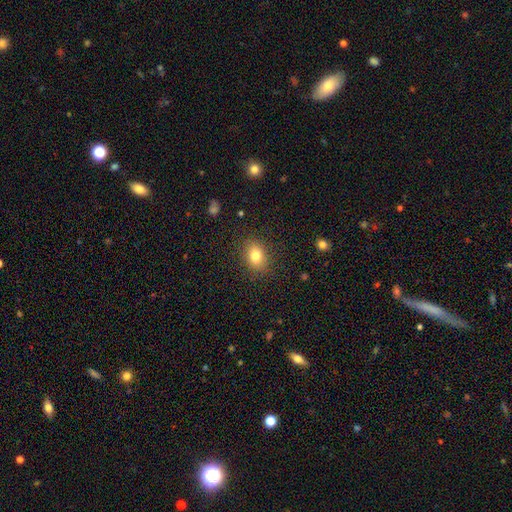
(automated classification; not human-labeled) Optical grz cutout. It shows a smooth galaxy with no disk features (81%) that is in between round and cigar-shaped (68%). Merging: none (86%).